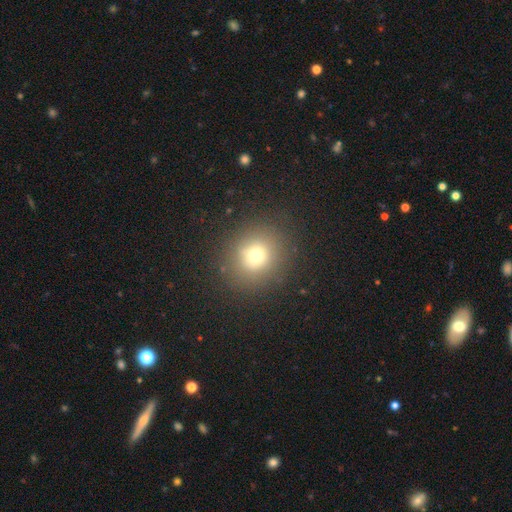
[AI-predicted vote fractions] Smooth or featured? Predicted: smooth (p=0.70). How rounded? Predicted: round (p=0.86). Merging? Predicted: none (p=0.86).